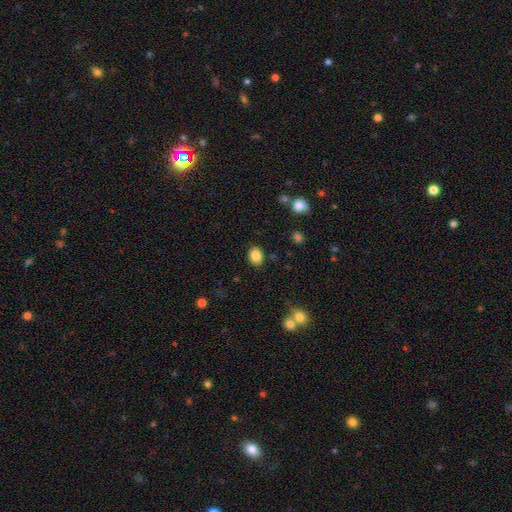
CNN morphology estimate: A smooth galaxy with no disk features (86%) that is in between round and cigar-shaped (63%).

Vote fractions:
- Smooth or featured? smooth: 86% / star or artifact: 9% / featured or disk: 5%
- How rounded? in between: 63% / round: 36% / cigar-shaped: 1%
- Merging? none: 86% / minor disturbance: 9% / major disturbance: 3% / merger: 2%